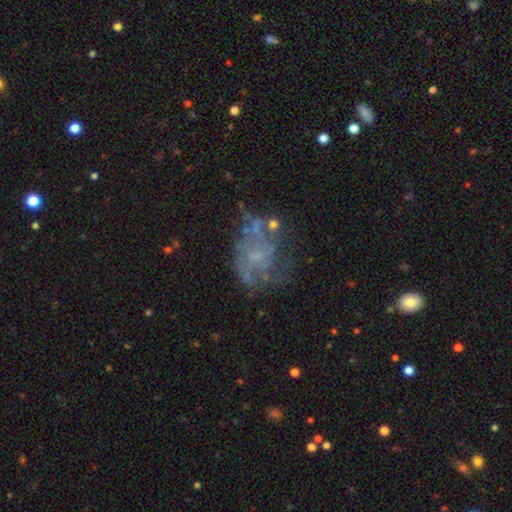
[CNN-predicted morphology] A featured or disk galaxy (64%) with no bar (76%), no spiral arms (53%) and no central bulge (53%). Merging: none (43%).